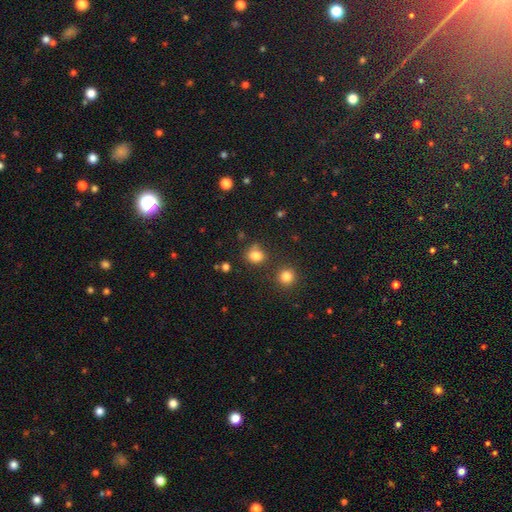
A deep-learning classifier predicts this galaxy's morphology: Smooth or featured?
  - smooth: 81% *
  - star or artifact: 14%
  - featured or disk: 6%
How rounded?
  - round: 67% *
  - in between: 32%
  - cigar-shaped: 1%
Merging?
  - none: 70% *
  - minor disturbance: 16%
  - merger: 10%
  - major disturbance: 5%